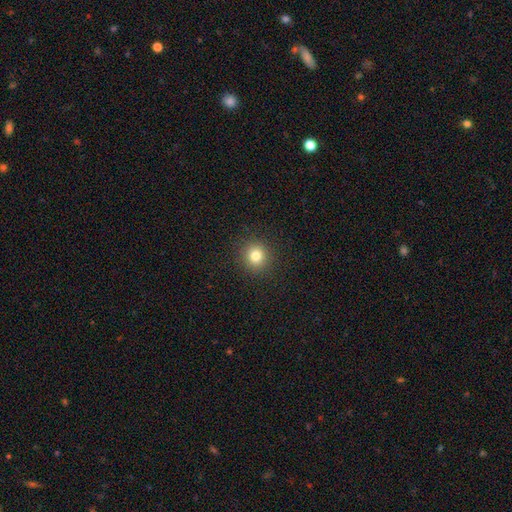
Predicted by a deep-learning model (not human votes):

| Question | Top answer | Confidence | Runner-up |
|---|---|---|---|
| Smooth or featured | smooth | 80% | star or artifact (13%) |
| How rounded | round | 93% | in between (6%) |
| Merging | none | 92% | minor disturbance (5%) |